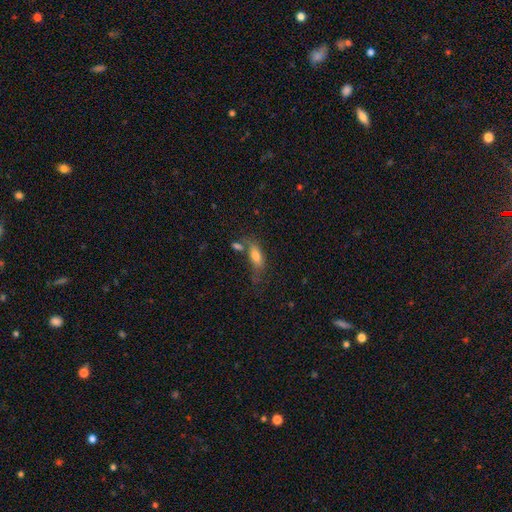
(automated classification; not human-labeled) This appears to be a smooth galaxy with no disk features (72%) that is in between round and cigar-shaped (72%). Merging: none (46%).